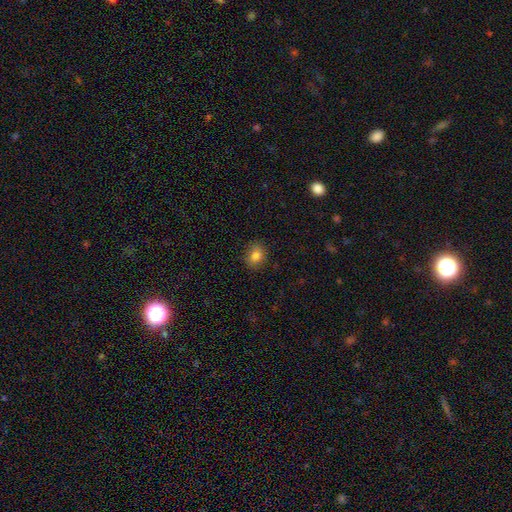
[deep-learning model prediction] This appears to be a smooth galaxy with no disk features (83%) that is round (54%). Merging: none (87%).